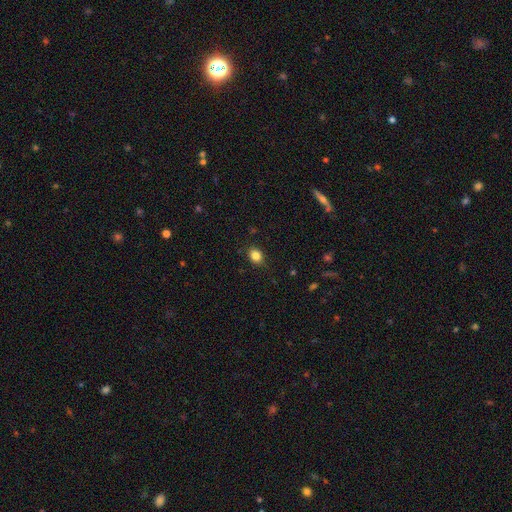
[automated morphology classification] Q: Smooth or featured?
A: smooth (84%); runner-up: star or artifact (11%)
Q: How rounded?
A: in between (50%); runner-up: round (49%)
Q: Merging?
A: none (87%); runner-up: minor disturbance (10%)